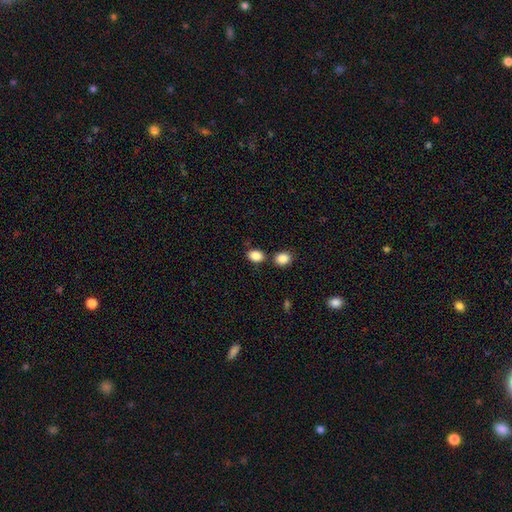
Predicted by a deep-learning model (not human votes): smooth-or-featured: smooth: 87% | star or artifact: 9% | featured or disk: 5%
  how-rounded: in between: 71% | round: 28% | cigar-shaped: 1%
  merging: none: 71% | merger: 15% | minor disturbance: 11% | major disturbance: 3%